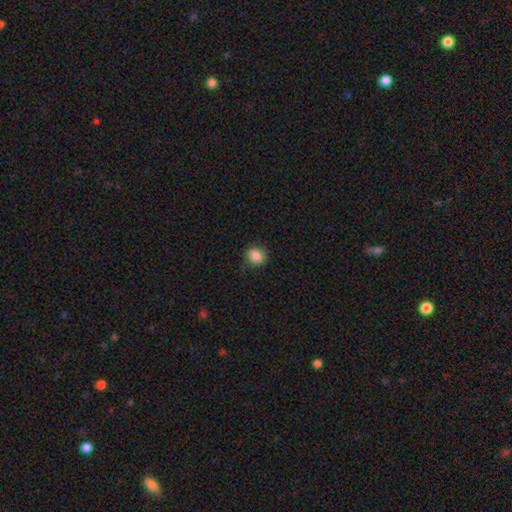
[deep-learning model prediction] smooth 87%, star or artifact 9%, featured or disk 4%. Down the decision tree: how rounded — round (55%); merging — none (83%).